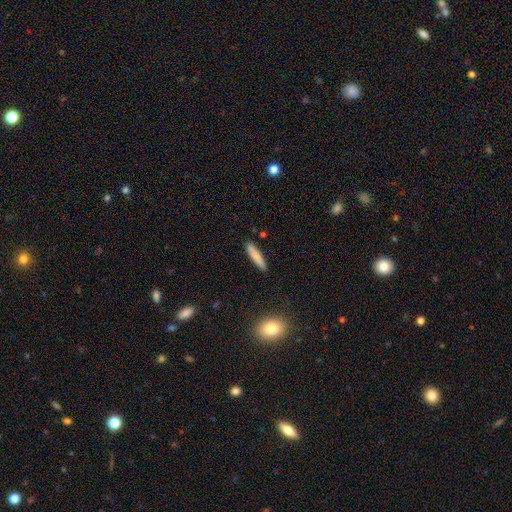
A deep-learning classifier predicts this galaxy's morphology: Overall: smooth (81%). How rounded: cigar-shaped (88%). Merging: none (89%).